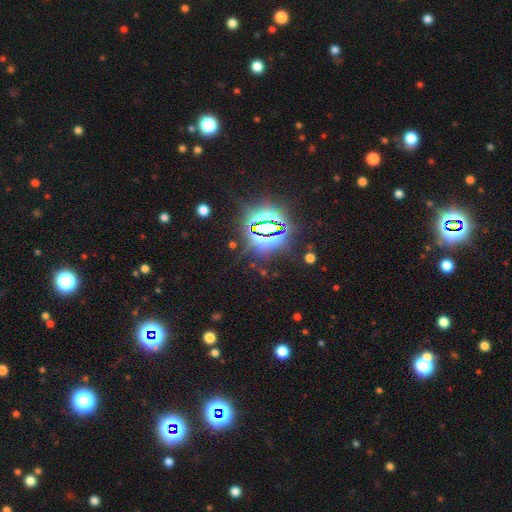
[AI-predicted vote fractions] smooth_or_featured: star or artifact (p=0.84) [alt: smooth p=0.09]